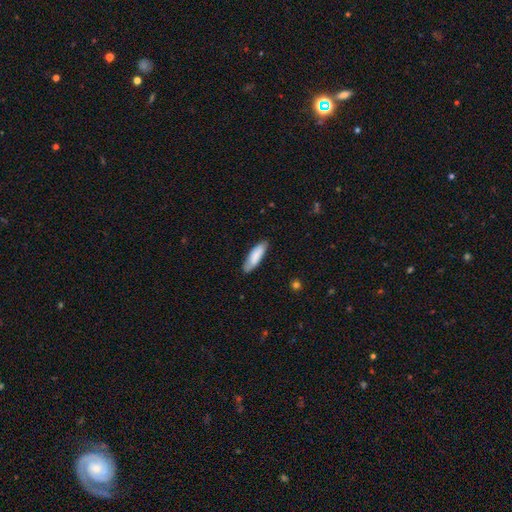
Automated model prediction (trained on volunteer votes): Q: Smooth or featured?
A: smooth (82%); runner-up: featured or disk (13%)
Q: How rounded?
A: cigar-shaped (51%); runner-up: in between (48%)
Q: Merging?
A: none (83%); runner-up: minor disturbance (14%)